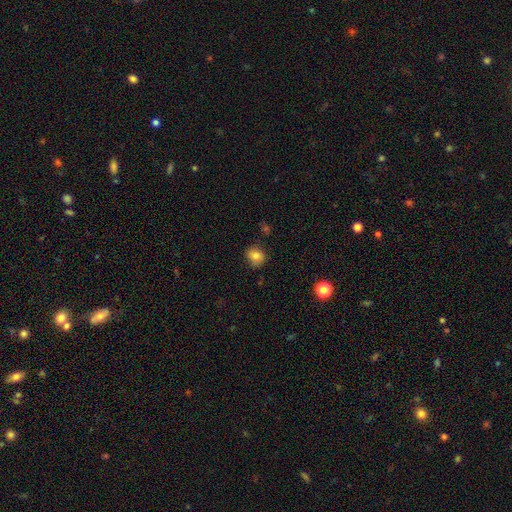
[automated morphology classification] Smooth or featured? smooth (82%)
How rounded? round (73%)
Merging? none (80%)